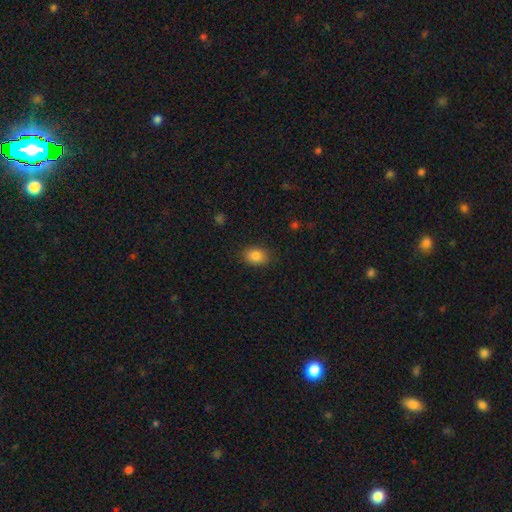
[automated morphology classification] smooth_or_featured: smooth (p=0.85) [alt: star or artifact p=0.09]
how_rounded: in between (p=0.74) [alt: round p=0.25]
merging: none (p=0.87) [alt: minor disturbance p=0.10]